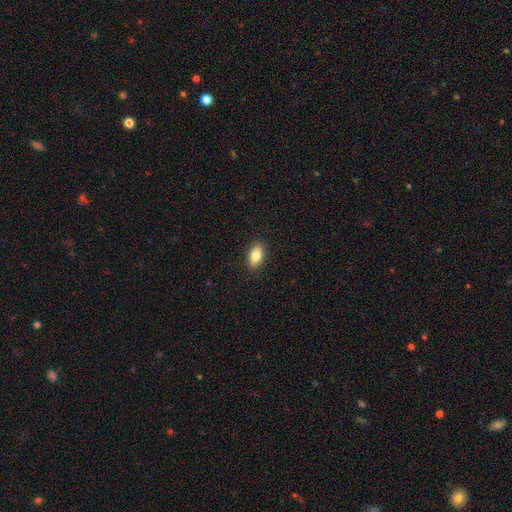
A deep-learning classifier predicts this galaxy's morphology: This appears to be a smooth galaxy with no disk features (83%) that is in between round and cigar-shaped (90%). Merging: none (90%).